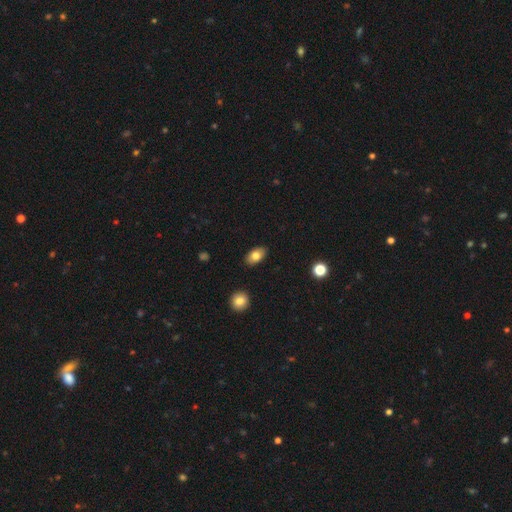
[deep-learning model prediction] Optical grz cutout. It shows a smooth galaxy with no disk features (79%) that is in between round and cigar-shaped (89%). Merging: none (88%).